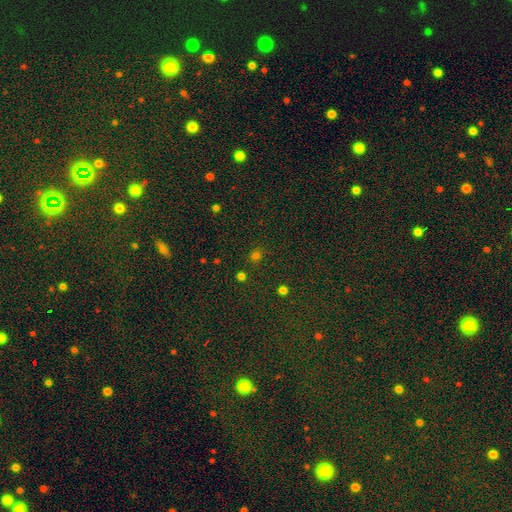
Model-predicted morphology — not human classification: Q: Smooth or featured?
A: star or artifact (70%); runner-up: smooth (22%)